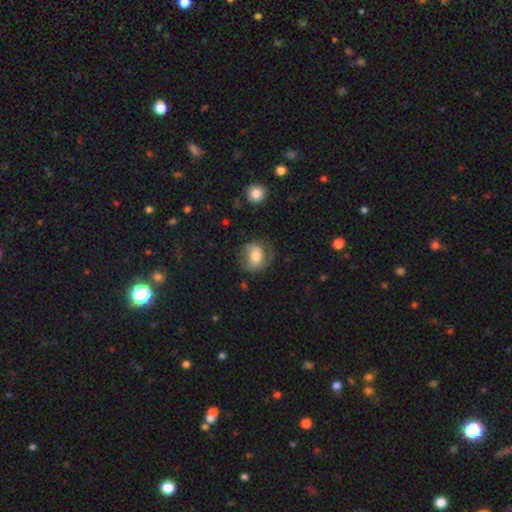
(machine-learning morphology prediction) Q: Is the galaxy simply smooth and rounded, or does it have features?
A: smooth — 46%, tied with featured or disk.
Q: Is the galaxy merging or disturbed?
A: none — 57%.